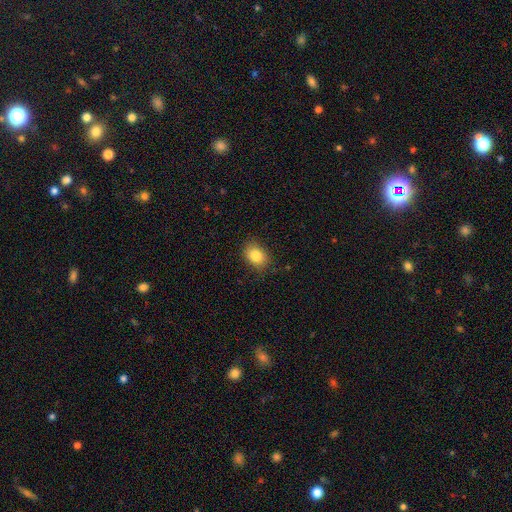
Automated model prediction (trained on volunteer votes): Q: Smooth or featured?
A: smooth (84%); runner-up: star or artifact (9%)
Q: How rounded?
A: in between (64%); runner-up: round (35%)
Q: Merging?
A: none (82%); runner-up: minor disturbance (14%)